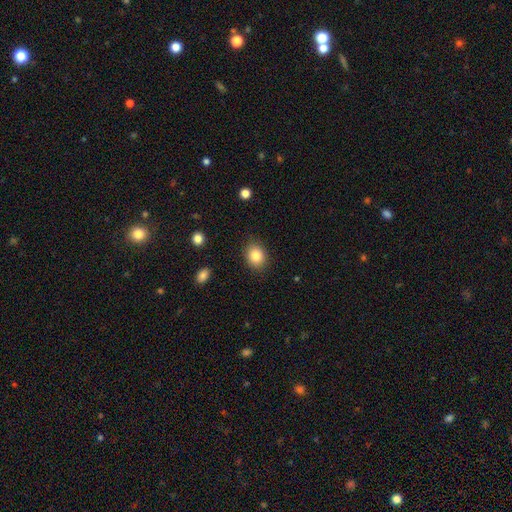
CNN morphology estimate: Q: Smooth or featured?
A: smooth (84%); runner-up: star or artifact (9%)
Q: How rounded?
A: round (56%); runner-up: in between (43%)
Q: Merging?
A: none (86%); runner-up: minor disturbance (10%)